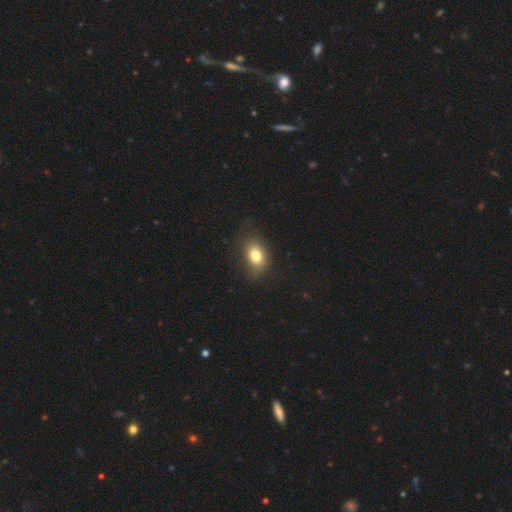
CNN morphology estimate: Q: Smooth or featured?
A: smooth (79%); runner-up: star or artifact (11%)
Q: How rounded?
A: in between (76%); runner-up: round (23%)
Q: Merging?
A: none (72%); runner-up: minor disturbance (20%)